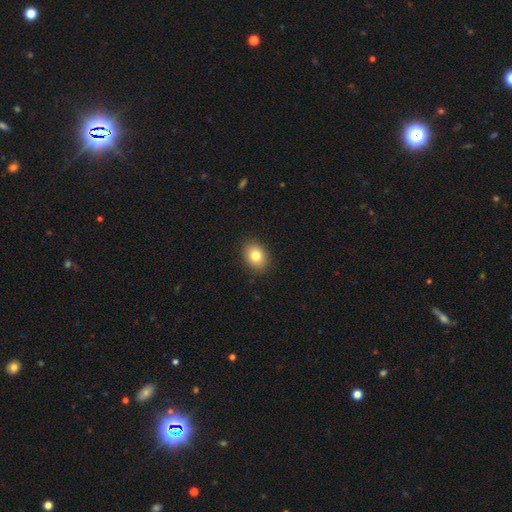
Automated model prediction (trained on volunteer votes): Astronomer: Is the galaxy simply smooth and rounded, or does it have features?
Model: smooth — 81%.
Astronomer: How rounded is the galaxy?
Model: in between — 59% (runner-up: round, 40%).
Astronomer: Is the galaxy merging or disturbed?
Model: none — 90%.